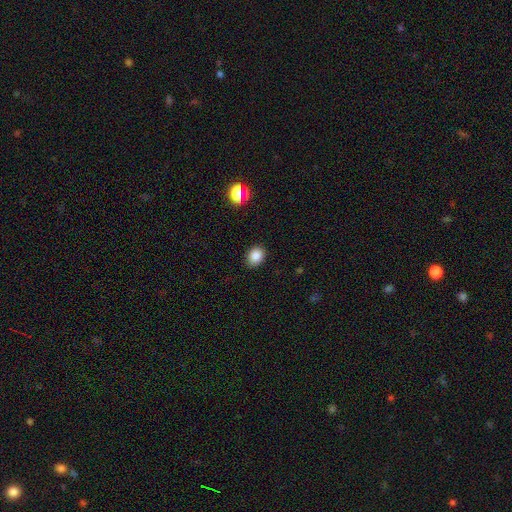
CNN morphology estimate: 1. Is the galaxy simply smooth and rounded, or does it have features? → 85% smooth, 11% star or artifact, 4% featured or disk.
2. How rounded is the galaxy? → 56% in between, 43% round, 1% cigar-shaped.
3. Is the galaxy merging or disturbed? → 88% none, 9% minor disturbance, 2% major disturbance, 1% merger.